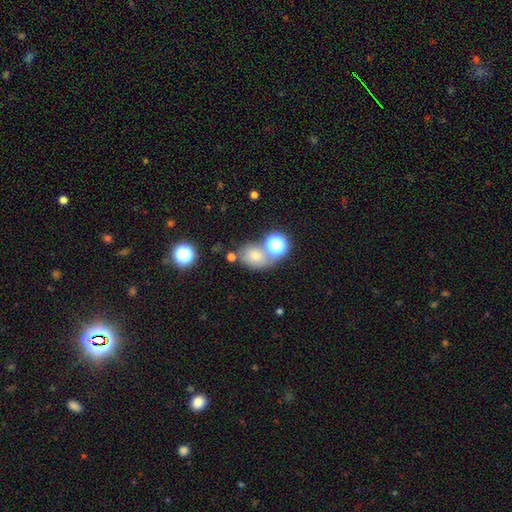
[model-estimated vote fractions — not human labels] Smooth or featured?
  - smooth: 60% *
  - star or artifact: 26%
  - featured or disk: 14%
How rounded?
  - round: 52% *
  - in between: 47%
  - cigar-shaped: 1%
Merging?
  - none: 59% *
  - merger: 24%
  - minor disturbance: 11%
  - major disturbance: 5%